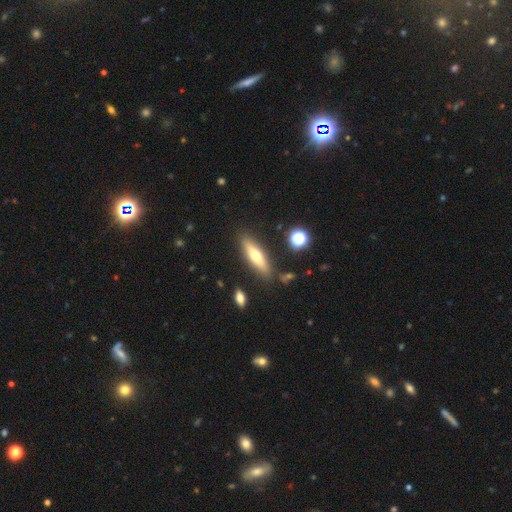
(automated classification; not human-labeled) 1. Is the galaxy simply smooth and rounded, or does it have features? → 55% smooth, 38% featured or disk, 7% star or artifact.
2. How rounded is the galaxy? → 68% cigar-shaped, 30% in between, 2% round.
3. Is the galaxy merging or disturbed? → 84% none, 10% minor disturbance, 3% merger, 3% major disturbance.